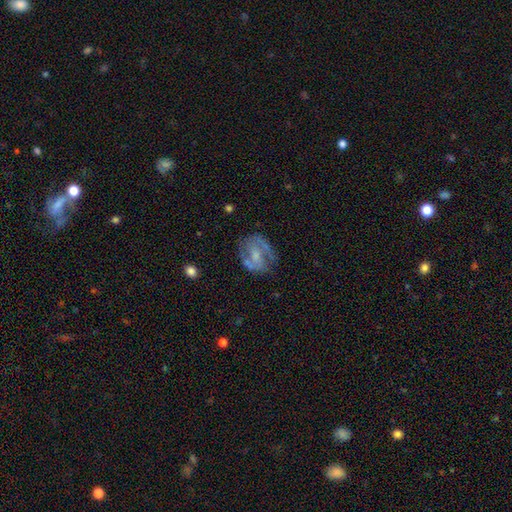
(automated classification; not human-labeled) Smooth or featured? featured or disk (73%)
Edge-on disk? no (97%)
Bar? no (44%)
Spiral arms? yes (78%)
Spiral winding? medium (48%)
Spiral arm count? 2 (72%)
Bulge size? moderate (40%)
Merging? none (65%)